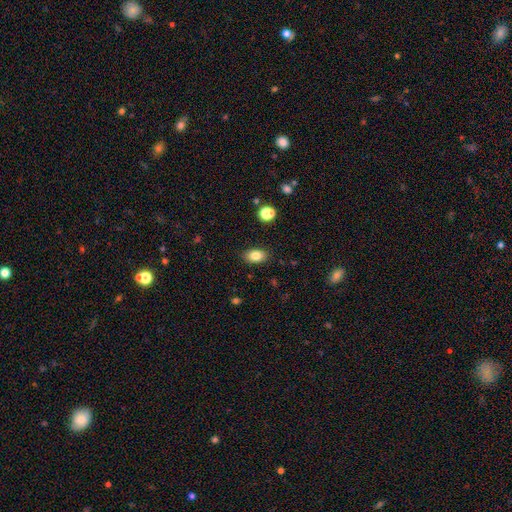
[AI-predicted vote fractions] Morphology: type=smooth (83%); roundness=in between (87%); merging=none (87%).